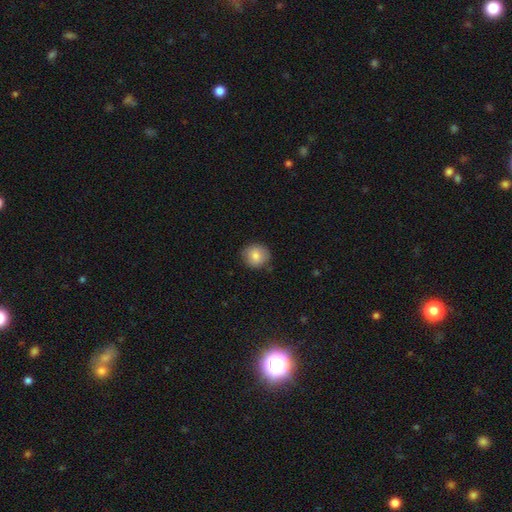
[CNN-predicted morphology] smooth-or-featured: smooth: 81% | featured or disk: 11% | star or artifact: 8%
  how-rounded: round: 87% | in between: 12% | cigar-shaped: 1%
  merging: none: 82% | minor disturbance: 14% | major disturbance: 3% | merger: 1%